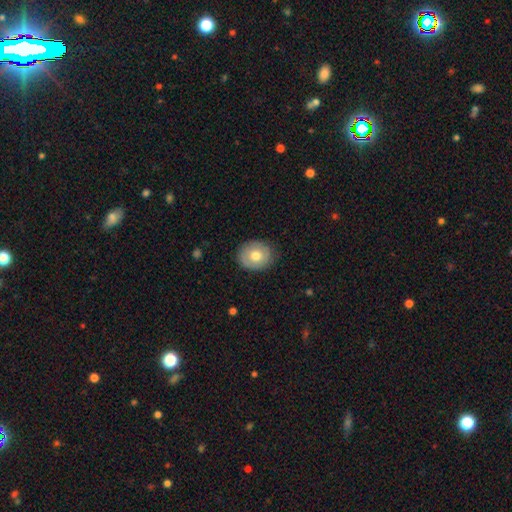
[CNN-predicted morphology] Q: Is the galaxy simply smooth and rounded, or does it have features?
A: smooth — 68%.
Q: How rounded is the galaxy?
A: round — 68%.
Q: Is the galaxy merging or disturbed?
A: none — 85%.